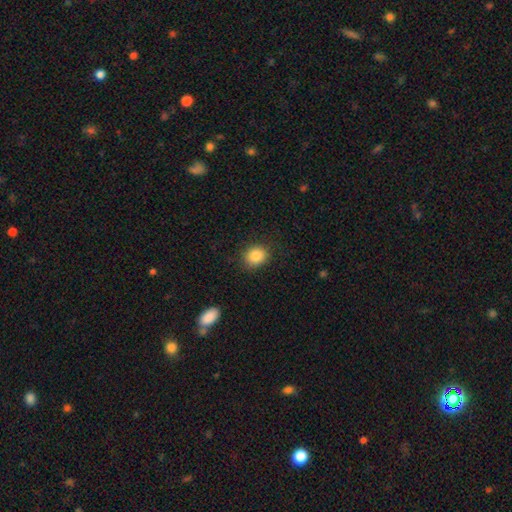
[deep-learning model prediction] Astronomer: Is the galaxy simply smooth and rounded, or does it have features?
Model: smooth — 85%.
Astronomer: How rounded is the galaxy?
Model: round — 67%.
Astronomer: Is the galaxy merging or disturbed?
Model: none — 85%.